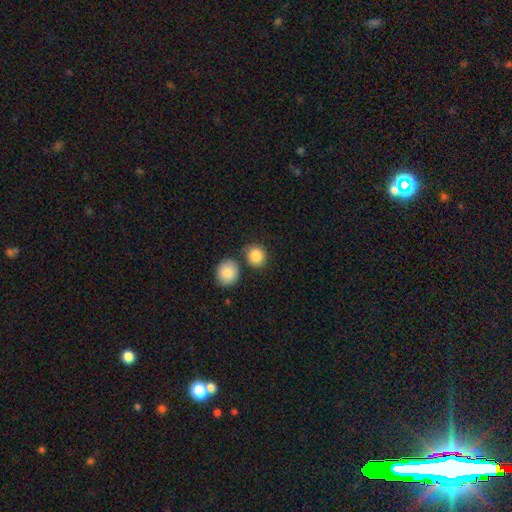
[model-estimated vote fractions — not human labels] Morphology: type=smooth (87%); roundness=round (80%); merging=none (69%).